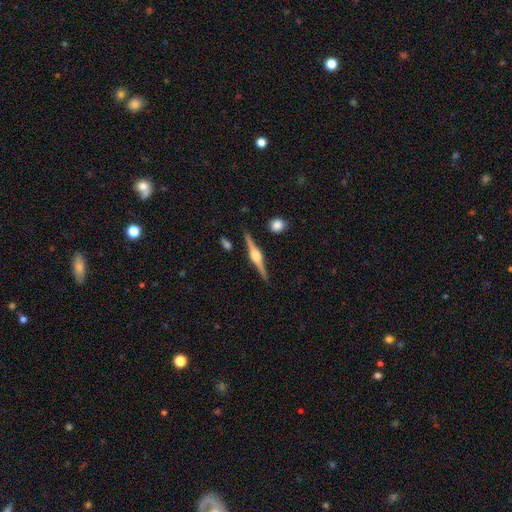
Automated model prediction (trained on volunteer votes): Overall: featured or disk (87%). Edge-on disk: yes (98%). Edge-on bulge: rounded (91%). Merging: none (90%).